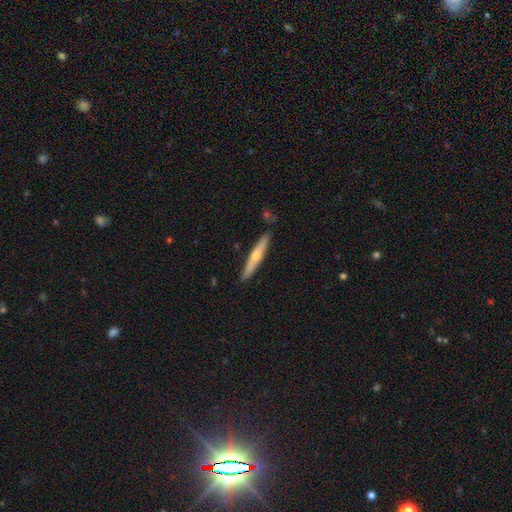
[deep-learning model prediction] Overall: featured or disk (59%; smooth 35%). Edge-on disk: yes (94%). Edge-on bulge: rounded (83%). Merging: none (88%).